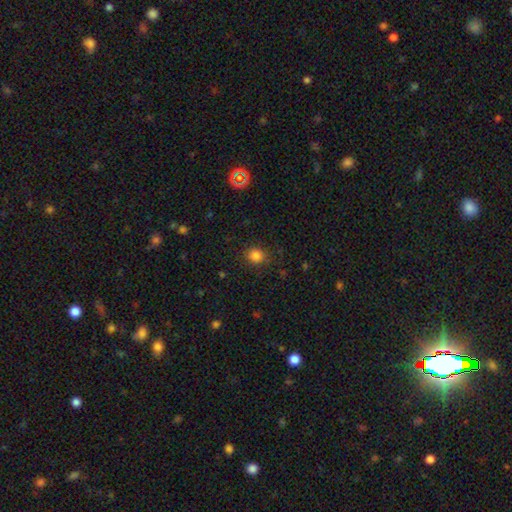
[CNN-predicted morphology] Smooth or featured? Predicted: smooth (p=0.83). How rounded? Predicted: round (p=0.81). Merging? Predicted: none (p=0.85).